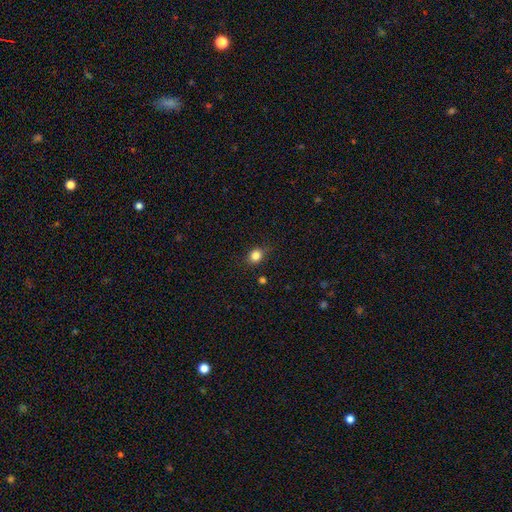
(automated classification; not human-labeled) A smooth galaxy with no disk features (83%) that is round (66%). Merging: none (81%).